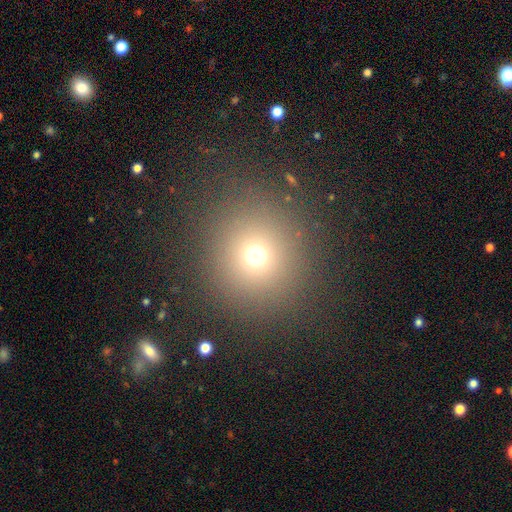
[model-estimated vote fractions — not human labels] Smooth or featured?
  - smooth: 68% *
  - star or artifact: 23%
  - featured or disk: 9%
How rounded?
  - round: 92% *
  - in between: 7%
  - cigar-shaped: 1%
Merging?
  - none: 87% *
  - minor disturbance: 7%
  - major disturbance: 5%
  - merger: 2%